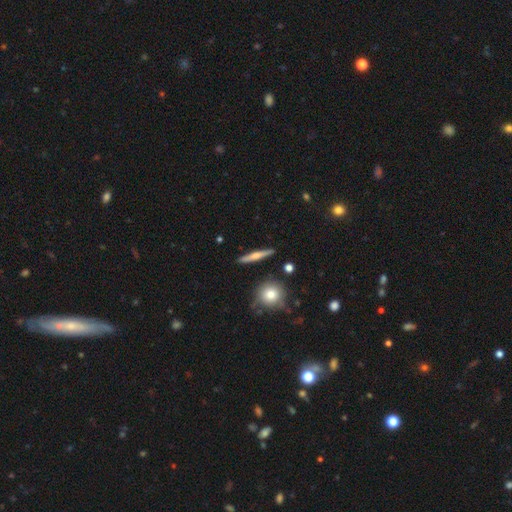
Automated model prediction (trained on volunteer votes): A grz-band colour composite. It shows a featured or disk galaxy (50%). Merging: none (89%).